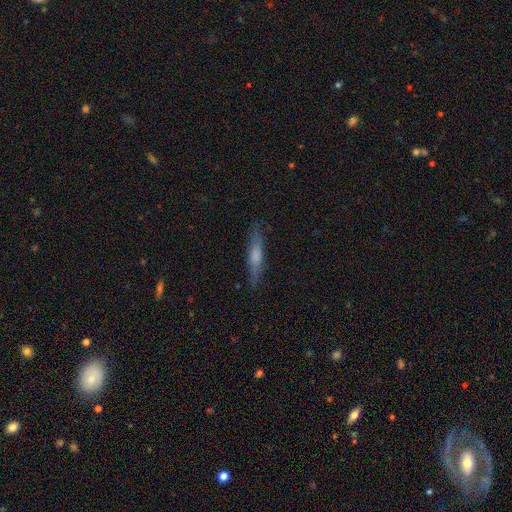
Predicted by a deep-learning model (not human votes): A smooth galaxy with no disk features (51%) that is cigar-shaped (85%).

Vote fractions:
- Smooth or featured? smooth: 51% / featured or disk: 42% / star or artifact: 7%
- How rounded? cigar-shaped: 85% / in between: 13% / round: 2%
- Merging? none: 82% / minor disturbance: 14% / major disturbance: 3% / merger: 1%